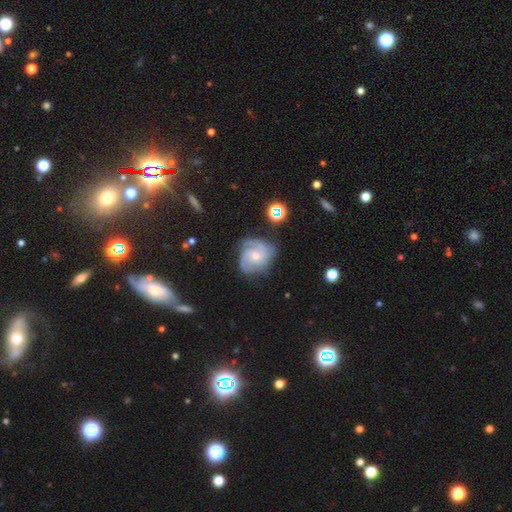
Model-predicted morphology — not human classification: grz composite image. It shows a featured or disk galaxy (82%) with no bar (74%), 3 (49%) tight (59%) spiral arms (97%) and a small central bulge (53%). Merging: none (67%).